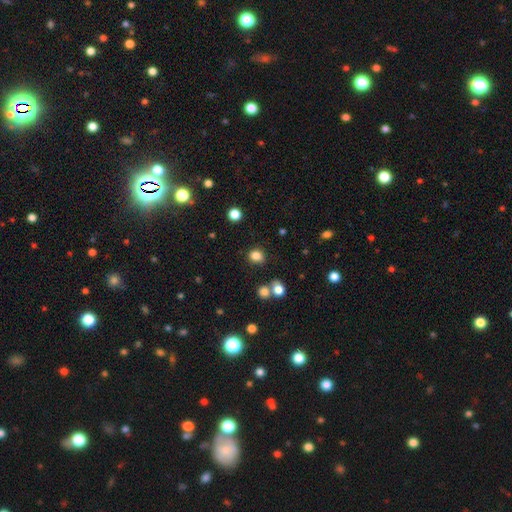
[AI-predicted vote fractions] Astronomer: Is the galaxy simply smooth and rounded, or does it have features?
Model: smooth — 82%.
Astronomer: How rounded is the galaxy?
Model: round — 65%.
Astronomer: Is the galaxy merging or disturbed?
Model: none — 78%.